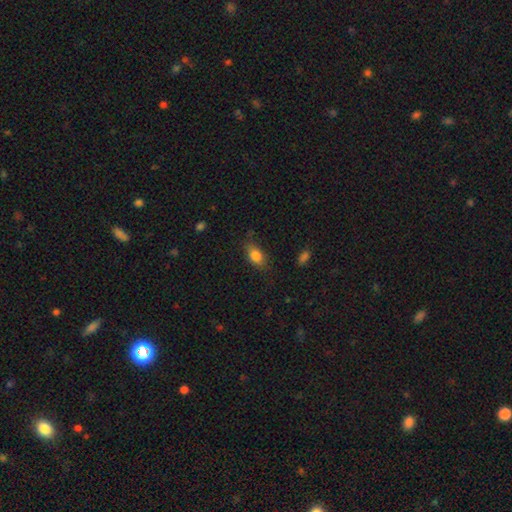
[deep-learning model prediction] Smooth or featured? Predicted: smooth (p=0.83). How rounded? Predicted: in between (p=0.84). Merging? Predicted: none (p=0.73).